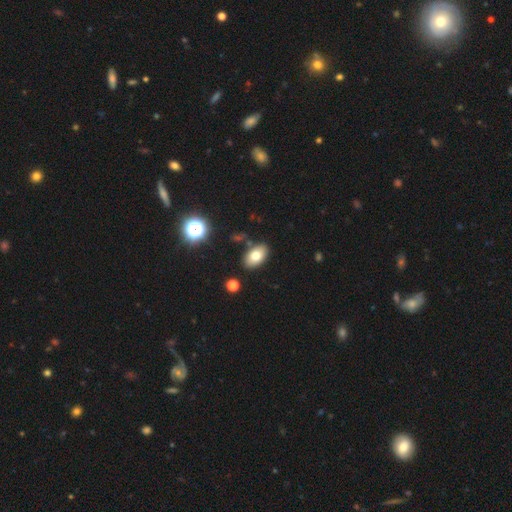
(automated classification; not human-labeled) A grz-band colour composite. It shows a smooth galaxy with no disk features (76%) that is in between round and cigar-shaped (91%). Merging: none (84%).